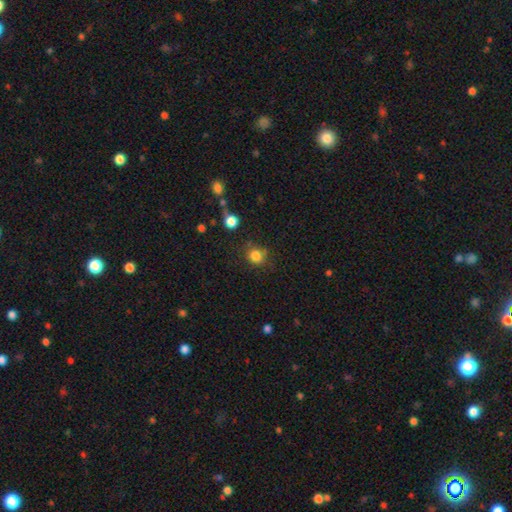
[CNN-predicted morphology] Q: Smooth or featured?
A: smooth (82%); runner-up: star or artifact (12%)
Q: How rounded?
A: round (80%); runner-up: in between (19%)
Q: Merging?
A: none (74%); runner-up: minor disturbance (16%)